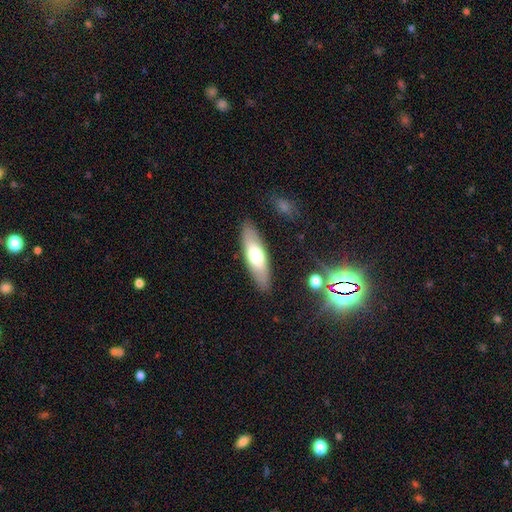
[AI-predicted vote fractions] Q: Smooth or featured?
A: smooth (61%); runner-up: featured or disk (33%)
Q: How rounded?
A: in between (50%); runner-up: cigar-shaped (48%)
Q: Merging?
A: none (88%); runner-up: minor disturbance (9%)